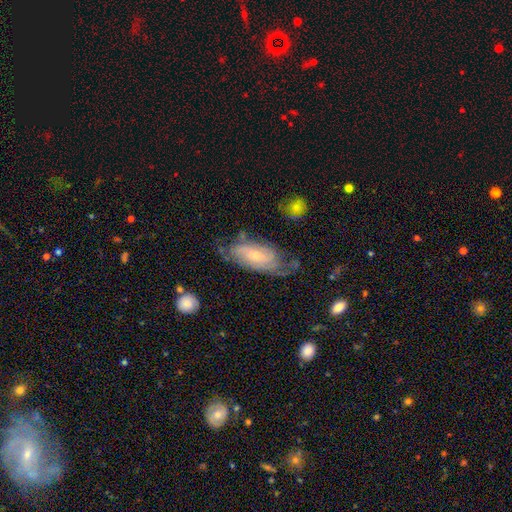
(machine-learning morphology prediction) featured or disk 66%, smooth 27%, star or artifact 7%. Down the decision tree: edge-on disk — no (91%); bar — no (63%); spiral arms — yes (85%); spiral arm count — can't tell (41%); spiral winding — tight (47%); bulge size — small (66%); merging — none (51%).